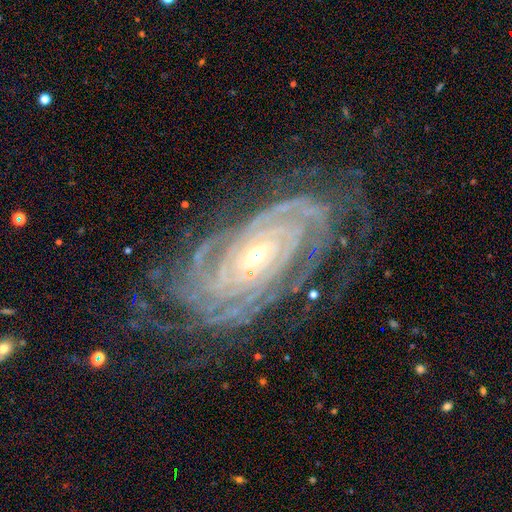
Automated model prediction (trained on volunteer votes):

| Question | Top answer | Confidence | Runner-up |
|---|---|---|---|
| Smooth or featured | featured or disk | 91% | star or artifact (6%) |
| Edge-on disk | no | 95% | yes (5%) |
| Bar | no | 49% | weak (28%) |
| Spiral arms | yes | 98% | no (2%) |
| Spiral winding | tight | 85% | medium (13%) |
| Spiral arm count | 4 | 22% | tied: can't tell (22%) |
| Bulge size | small | 65% | moderate (32%) |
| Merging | none | 73% | minor disturbance (17%) |